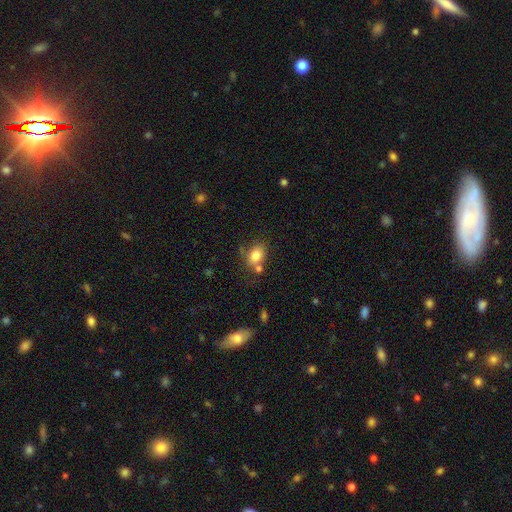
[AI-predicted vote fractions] smooth 80%, featured or disk 10%, star or artifact 10%. Down the decision tree: how rounded — in between (70%); merging — none (59%).